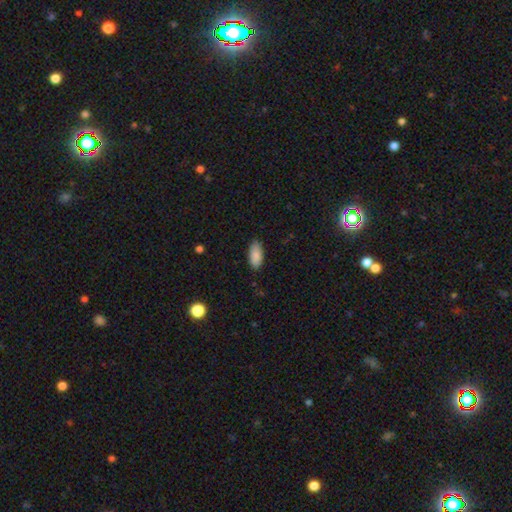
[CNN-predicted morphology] This is clearly a smooth galaxy (89%). How rounded: clearly in between (90%). Merging: clearly none (84%).